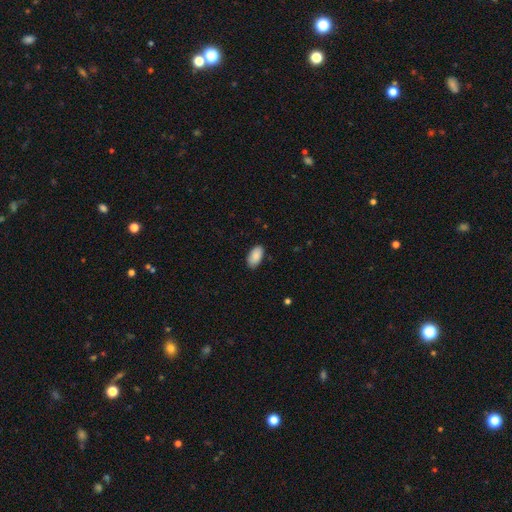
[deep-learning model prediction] Morphology: type=smooth (89%); roundness=in between (95%); merging=none (84%).